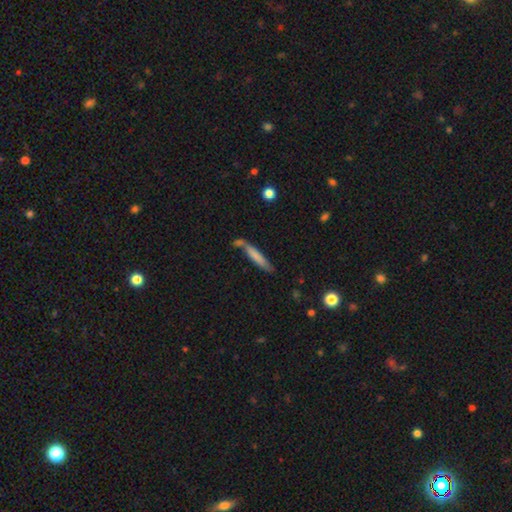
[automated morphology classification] Q: Smooth or featured?
A: smooth (72%); runner-up: featured or disk (22%)
Q: How rounded?
A: cigar-shaped (90%); runner-up: in between (9%)
Q: Merging?
A: none (60%); runner-up: merger (18%)